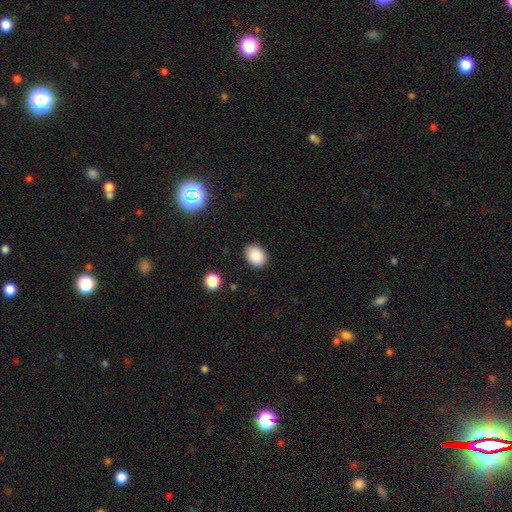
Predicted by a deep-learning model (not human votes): This appears to be a smooth galaxy with no disk features (88%) that is in between round and cigar-shaped (59%). Merging: none (88%).